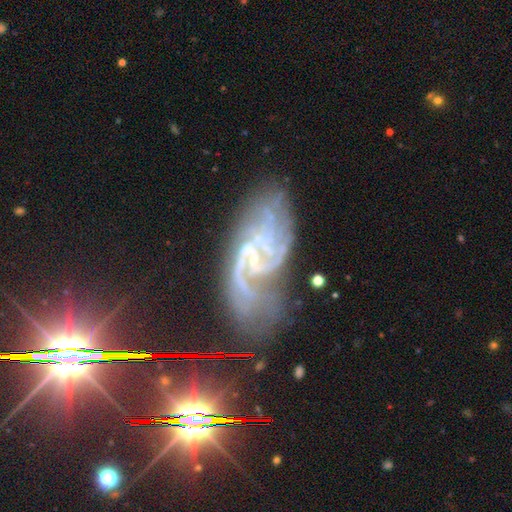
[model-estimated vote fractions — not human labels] A featured or disk galaxy (83%) with a weak bar (42%, tied with no), 2 (37%) medium (45%) spiral arms (96%) and a small central bulge (68%).

Vote fractions:
- Smooth or featured? featured or disk: 83% / star or artifact: 11% / smooth: 6%
- Edge-on disk? no: 95% / yes: 5%
- Bar? weak: 42% (tied) / no: 42% (tied) / strong: 16%
- Spiral arms? yes: 96% / no: 4%
- Spiral winding? medium: 45% / tight: 34% / loose: 21%
- Spiral arm count? 2: 37% / 3: 21% / can't tell: 20% / 4: 9% / 1: 7% / more than 4: 7%
- Bulge size? small: 68% / none: 19% / moderate: 10% / large: 1% / dominant: 1%
- Merging? none: 61% / minor disturbance: 20% / major disturbance: 15% / merger: 4%